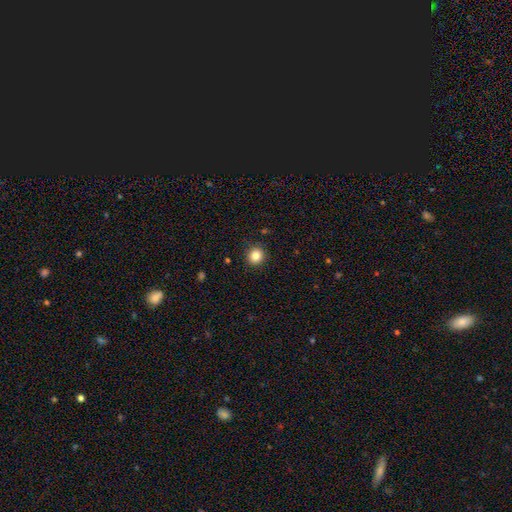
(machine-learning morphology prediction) smooth 83%, star or artifact 11%, featured or disk 6%. Down the decision tree: how rounded — round (91%); merging — none (91%).